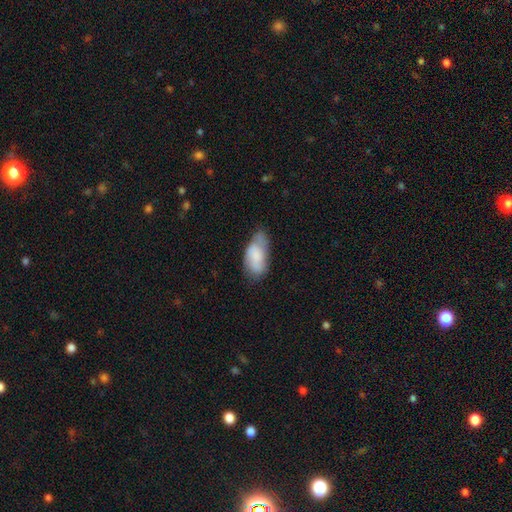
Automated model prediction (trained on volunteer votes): smooth-or-featured: smooth: 64% | featured or disk: 29% | star or artifact: 7%
  how-rounded: in between: 90% | cigar-shaped: 7% | round: 3%
  merging: none: 49% | minor disturbance: 35% | major disturbance: 13% | merger: 3%